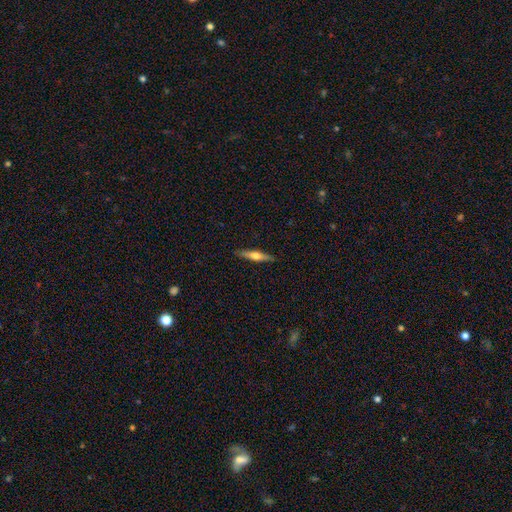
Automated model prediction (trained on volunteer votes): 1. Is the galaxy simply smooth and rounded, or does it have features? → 50% featured or disk, 45% smooth, 6% star or artifact.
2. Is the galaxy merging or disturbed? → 90% none, 7% minor disturbance, 2% major disturbance, 1% merger.